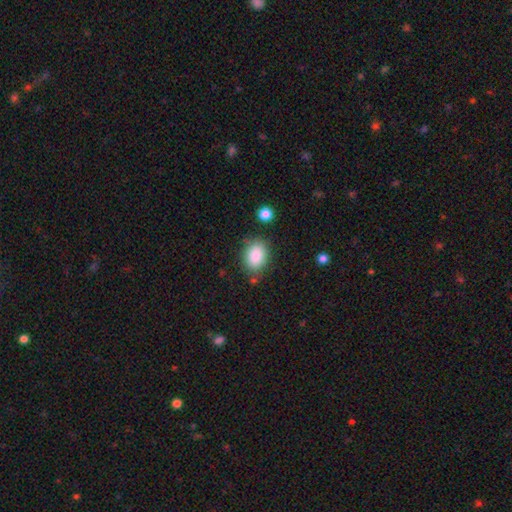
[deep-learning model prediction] Q: Smooth or featured?
A: smooth (87%); runner-up: star or artifact (8%)
Q: How rounded?
A: in between (77%); runner-up: round (22%)
Q: Merging?
A: none (75%); runner-up: minor disturbance (16%)